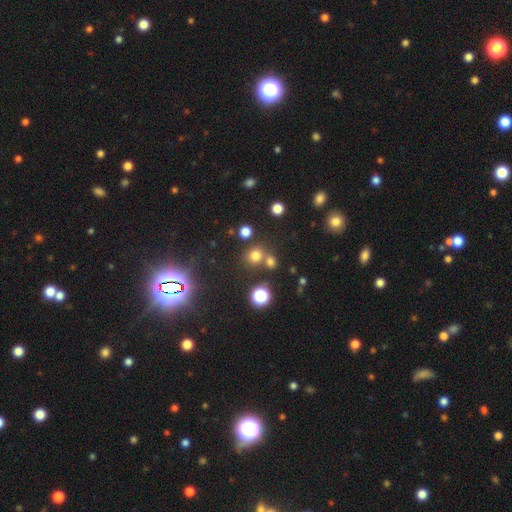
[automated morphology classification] Smooth or featured: smooth — 69% (star or artifact — 23%)
How rounded: round — 84% (in between — 15%)
Merging: none — 67% (merger — 22%)